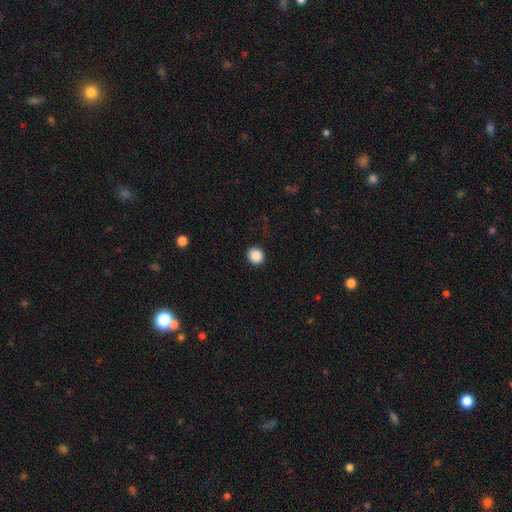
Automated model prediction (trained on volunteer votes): This appears to be a smooth galaxy with no disk features (88%) that is round (92%). Merging: none (91%).